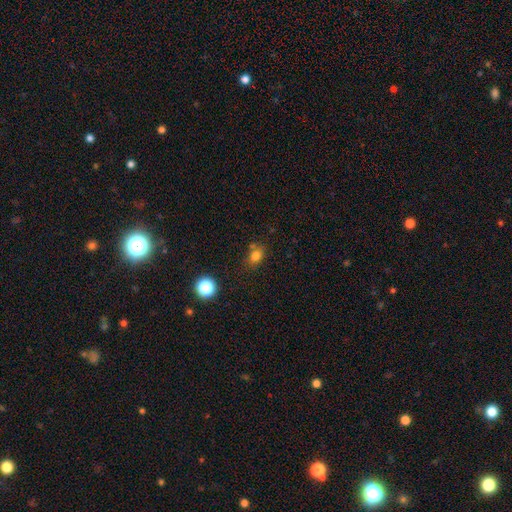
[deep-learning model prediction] Smooth or featured?
  - smooth: 77% *
  - star or artifact: 15%
  - featured or disk: 8%
How rounded?
  - in between: 55% *
  - round: 44%
  - cigar-shaped: 1%
Merging?
  - none: 66% *
  - minor disturbance: 17%
  - merger: 12%
  - major disturbance: 5%